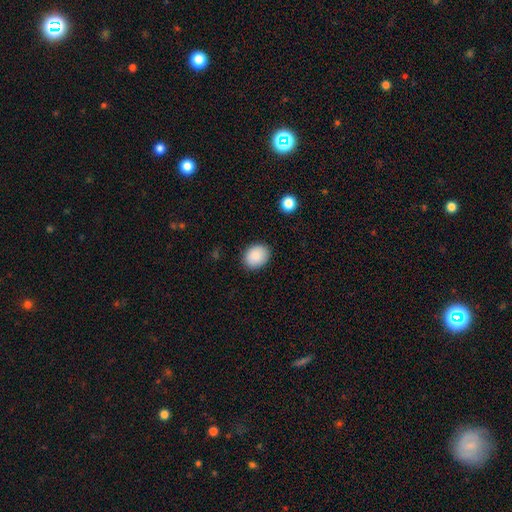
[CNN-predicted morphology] A smooth galaxy with no disk features (89%) that is in between round and cigar-shaped (50%). Merging: none (88%).